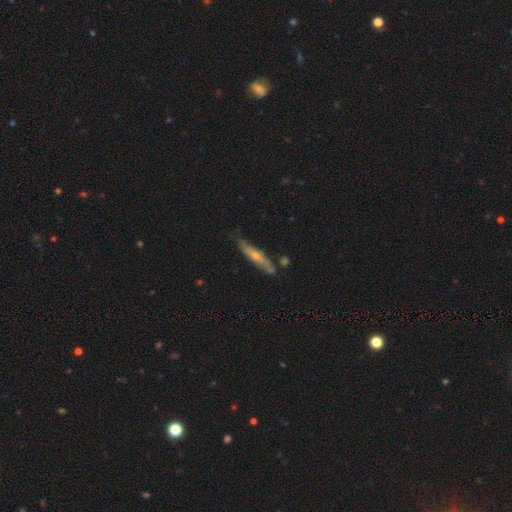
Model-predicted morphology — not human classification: featured or disk 51%, smooth 43%, star or artifact 6%. Down the decision tree: edge-on disk — yes (73%); merging — none (67%).